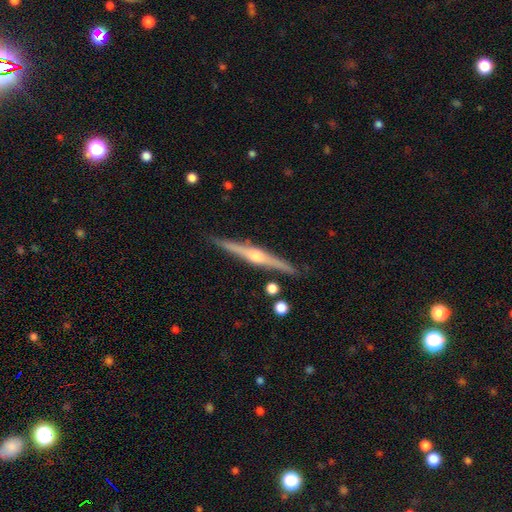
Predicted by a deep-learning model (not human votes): smooth_or_featured: featured or disk (p=0.84) [alt: smooth p=0.11]
disk_edge_on: yes (p=0.98) [alt: no p=0.02]
edge_on_bulge: rounded (p=0.89) [alt: boxy p=0.06]
merging: none (p=0.90) [alt: minor disturbance p=0.06]